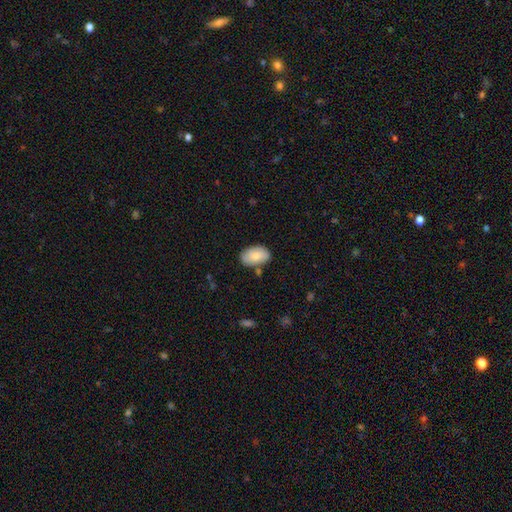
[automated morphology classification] type=smooth (79%); roundness=in between (92%); merging=none (76%).